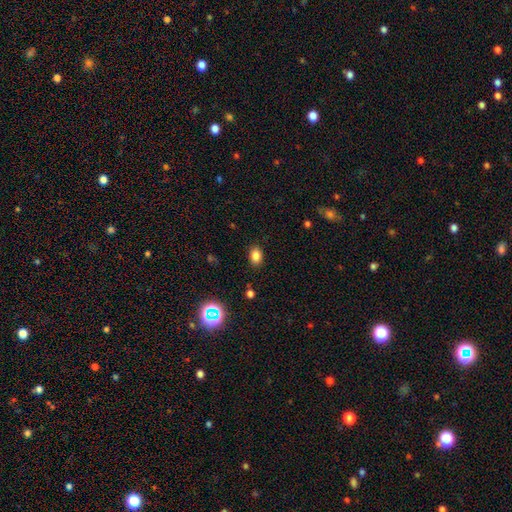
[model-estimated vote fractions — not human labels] Morphology: type=smooth (81%); roundness=in between (76%); merging=none (87%).